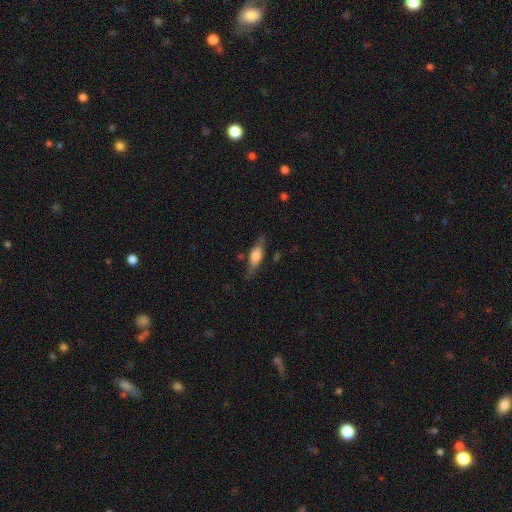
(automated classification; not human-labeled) Q: Smooth or featured?
A: smooth (60%); runner-up: featured or disk (34%)
Q: How rounded?
A: in between (54%); runner-up: cigar-shaped (43%)
Q: Merging?
A: none (72%); runner-up: minor disturbance (20%)